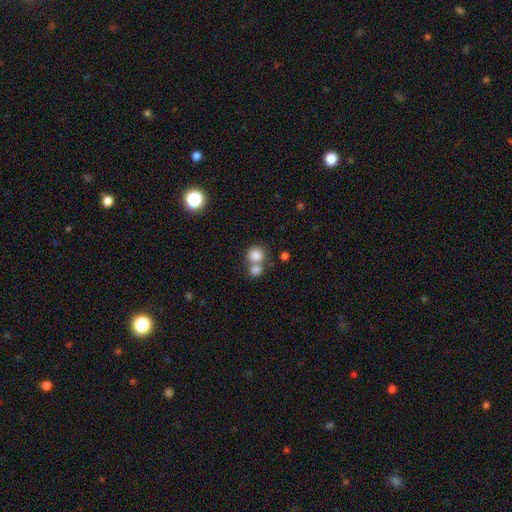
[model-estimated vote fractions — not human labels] This appears to be a smooth galaxy with no disk features (82%) that is round (77%). Merging: merger (48%).